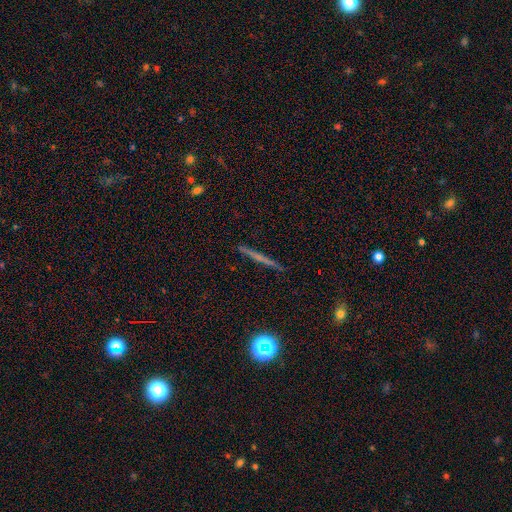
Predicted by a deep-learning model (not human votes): This appears to be a featured or disk galaxy (50%) viewed edge-on (96%). Merging: none (91%).